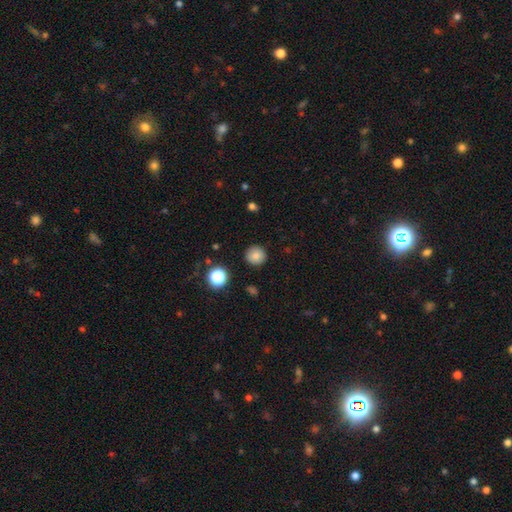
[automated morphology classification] A smooth galaxy with no disk features (84%) that is round (94%).

Vote fractions:
- Smooth or featured? smooth: 84% / star or artifact: 11% / featured or disk: 5%
- How rounded? round: 94% / in between: 5% / cigar-shaped: 1%
- Merging? none: 90% / minor disturbance: 6% / major disturbance: 2% / merger: 1%